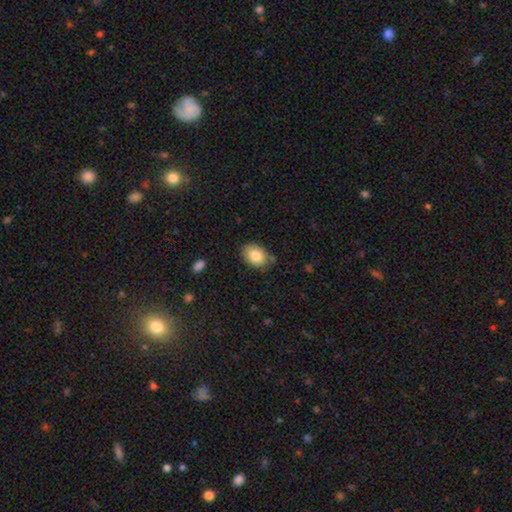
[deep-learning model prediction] Smooth or featured?
  - smooth: 83% *
  - featured or disk: 9%
  - star or artifact: 7%
How rounded?
  - in between: 78% *
  - round: 21%
  - cigar-shaped: 1%
Merging?
  - none: 79% *
  - minor disturbance: 15%
  - major disturbance: 3%
  - merger: 3%